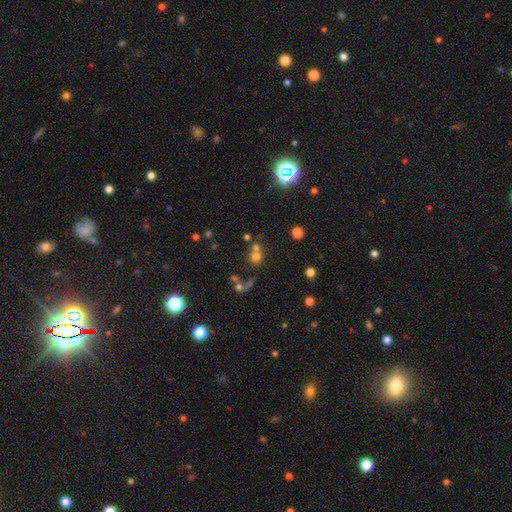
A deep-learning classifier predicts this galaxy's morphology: Smooth or featured: smooth — 65% (star or artifact — 22%)
How rounded: round — 84% (in between — 14%)
Merging: none — 44% (merger — 40%)